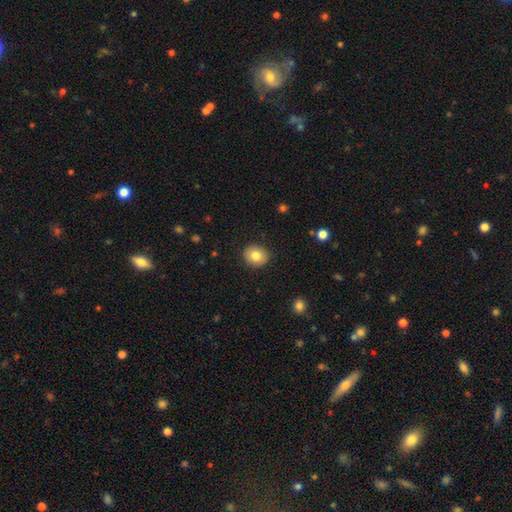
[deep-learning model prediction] The model was most divided on "how rounded": round: 72%, in between: 27%, cigar-shaped: 1%. More confident: merging — none (90%); smooth or featured — smooth (82%).